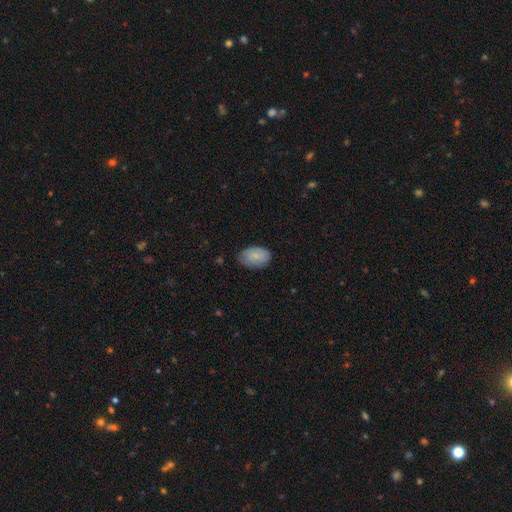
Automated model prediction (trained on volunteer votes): This is likely a smooth galaxy (75%). How rounded: clearly in between (89%). Merging: likely none (72%).